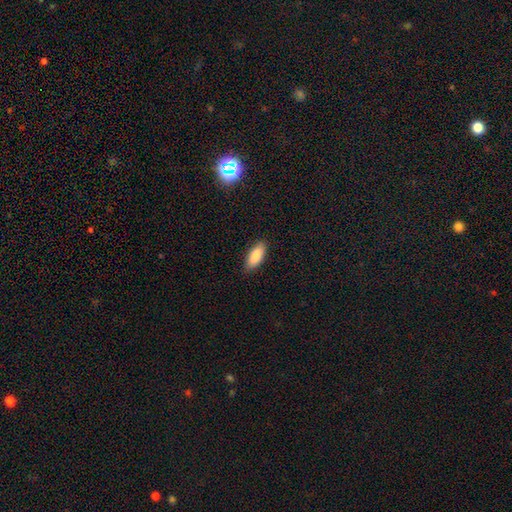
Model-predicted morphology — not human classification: Overall: smooth (87%). How rounded: in between (80%). Merging: none (85%).